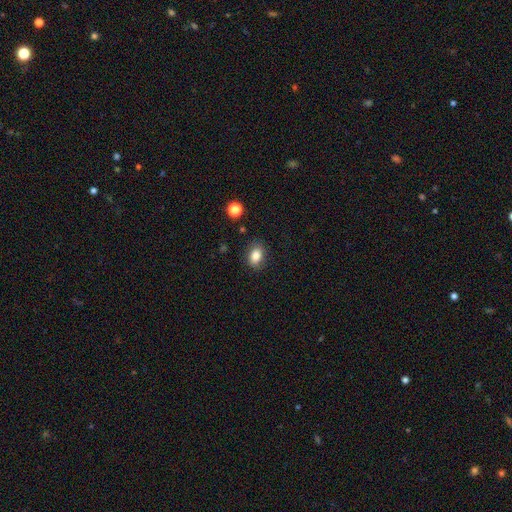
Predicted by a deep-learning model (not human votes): The model was most divided on "how rounded": in between: 75%, round: 24%, cigar-shaped: 1%. More confident: merging — none (85%); smooth or featured — smooth (84%).